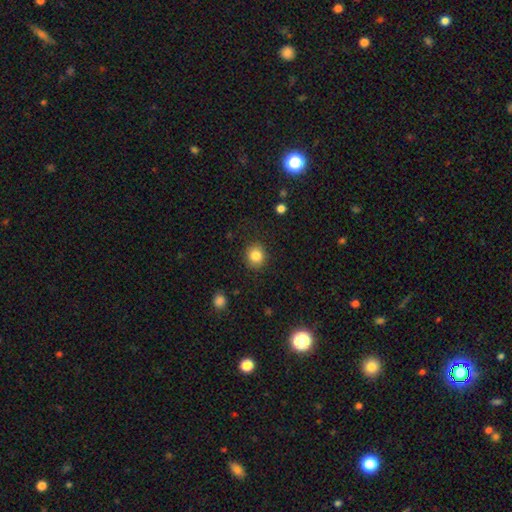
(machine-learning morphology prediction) smooth-or-featured: smooth: 84% | star or artifact: 10% | featured or disk: 6%
  how-rounded: round: 85% | in between: 14% | cigar-shaped: 1%
  merging: none: 88% | minor disturbance: 8% | major disturbance: 2% | merger: 1%